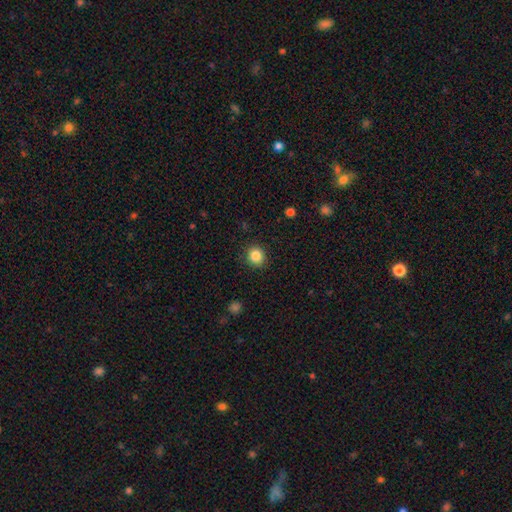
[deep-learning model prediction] Smooth or featured? smooth (85%)
How rounded? round (86%)
Merging? none (89%)